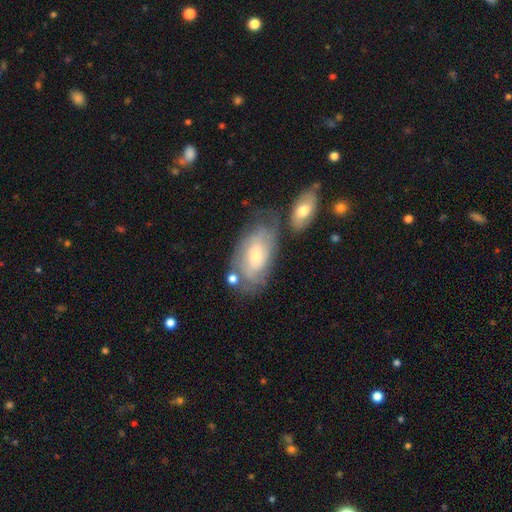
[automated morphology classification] The model was most divided on "smooth or featured": featured or disk: 54%, smooth: 39%, star or artifact: 7%. More confident: edge-on disk — no (92%); merging — none (51%).